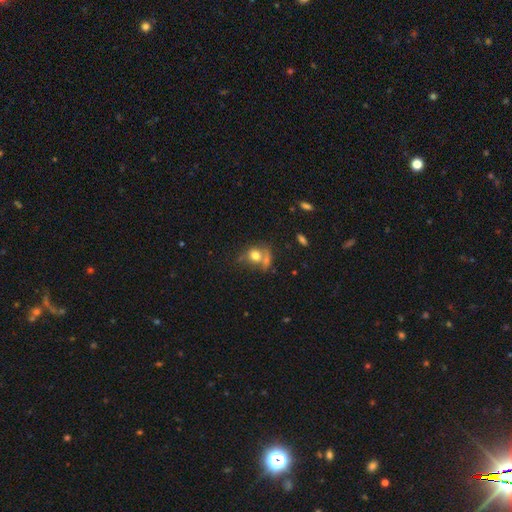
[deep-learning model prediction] Smooth or featured: smooth — 70% (featured or disk — 18%)
How rounded: round — 70% (in between — 29%)
Merging: none — 39% (merger — 34%)